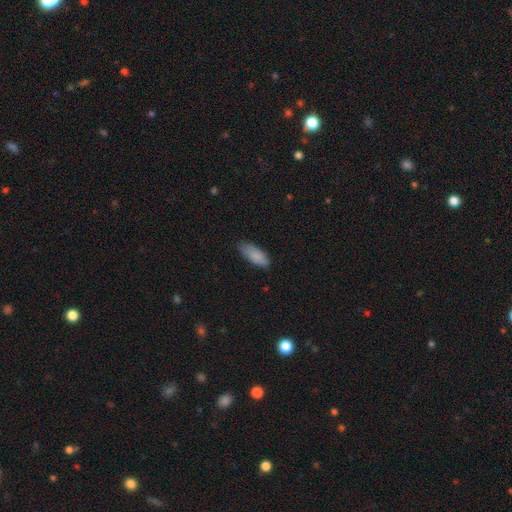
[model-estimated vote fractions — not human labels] smooth-or-featured: smooth: 86% | featured or disk: 8% | star or artifact: 6%
  how-rounded: in between: 81% | cigar-shaped: 18% | round: 2%
  merging: none: 71% | minor disturbance: 24% | major disturbance: 4% | merger: 1%